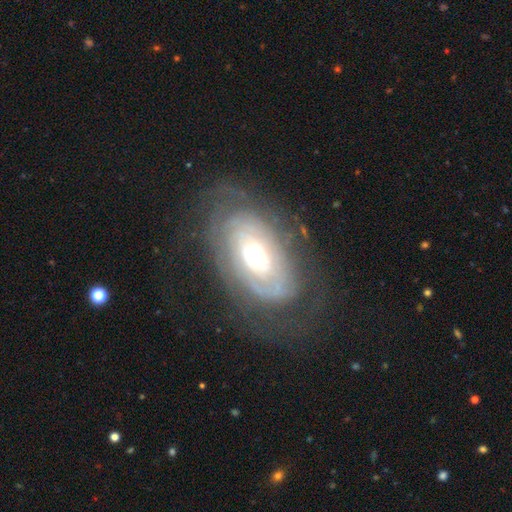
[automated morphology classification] featured or disk 77%, smooth 17%, star or artifact 6%. Down the decision tree: edge-on disk — no (93%); bar — no (76%); spiral arms — yes (78%); spiral arm count — can't tell (58%); spiral winding — tight (76%); bulge size — moderate (61%); merging — none (69%).